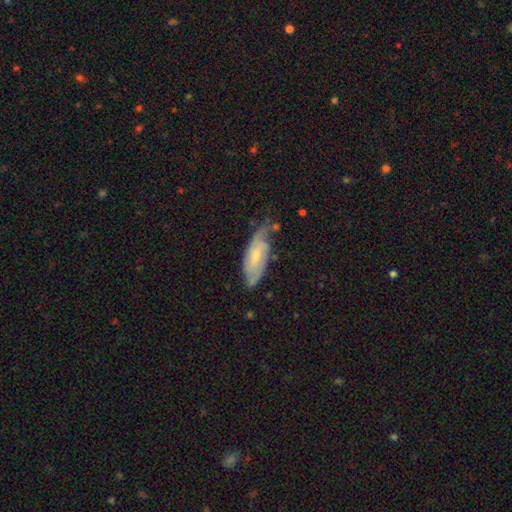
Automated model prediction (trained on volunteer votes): Morphology: type=featured or disk (59%); edge-on=no (84%); merging=none (59%).